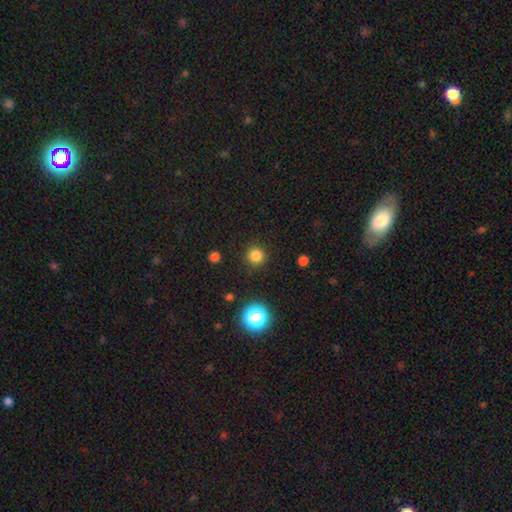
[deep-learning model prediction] Q: Smooth or featured?
A: smooth (81%); runner-up: star or artifact (15%)
Q: How rounded?
A: round (94%); runner-up: in between (5%)
Q: Merging?
A: none (90%); runner-up: minor disturbance (6%)